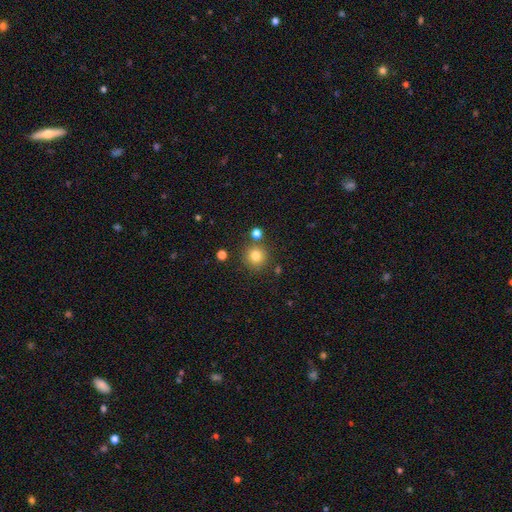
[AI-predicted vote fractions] A smooth galaxy with no disk features (81%) that is round (94%). Merging: none (82%).